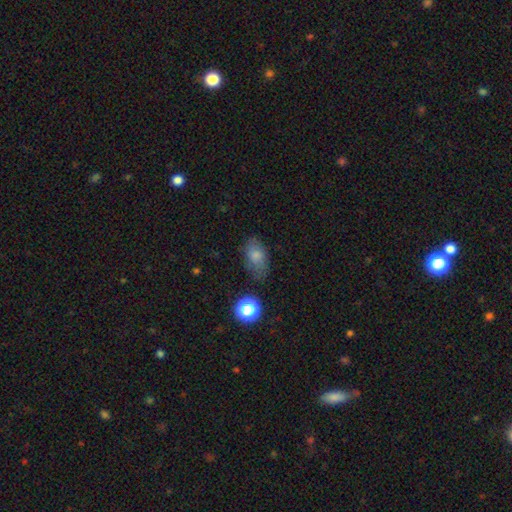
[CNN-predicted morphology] smooth-or-featured: smooth: 78% | star or artifact: 11% | featured or disk: 11%
  how-rounded: in between: 87% | round: 11% | cigar-shaped: 2%
  merging: none: 67% | minor disturbance: 22% | major disturbance: 7% | merger: 3%